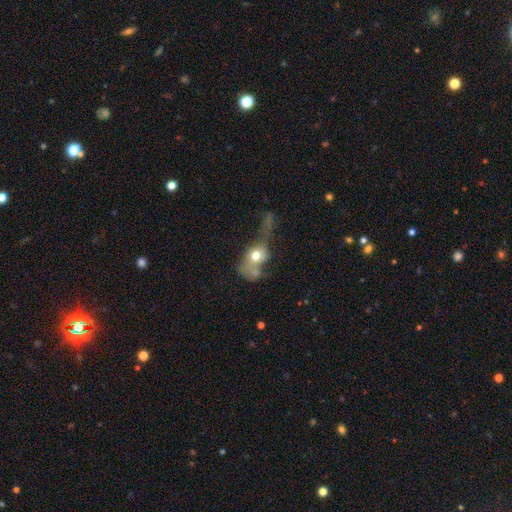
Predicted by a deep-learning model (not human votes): A smooth galaxy with no disk features (59%) that is in between round and cigar-shaped (58%).

Vote fractions:
- Smooth or featured? smooth: 59% / featured or disk: 30% / star or artifact: 11%
- How rounded? in between: 58% / round: 39% / cigar-shaped: 4%
- Merging? major disturbance: 46% / merger: 26% / none: 15% / minor disturbance: 13%